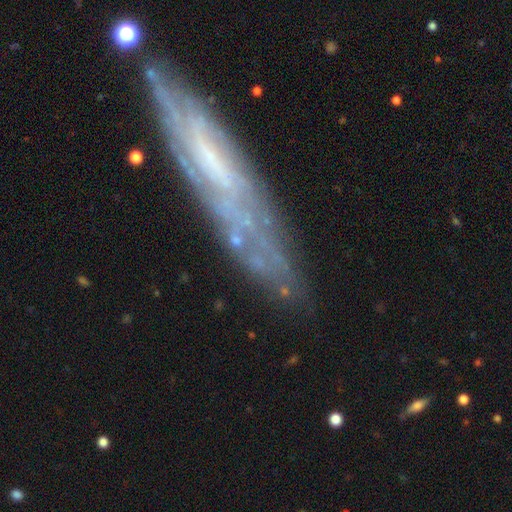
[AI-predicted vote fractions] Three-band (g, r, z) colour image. It shows a featured or disk galaxy (72%) viewed edge-on (51%). Merging: none (75%).